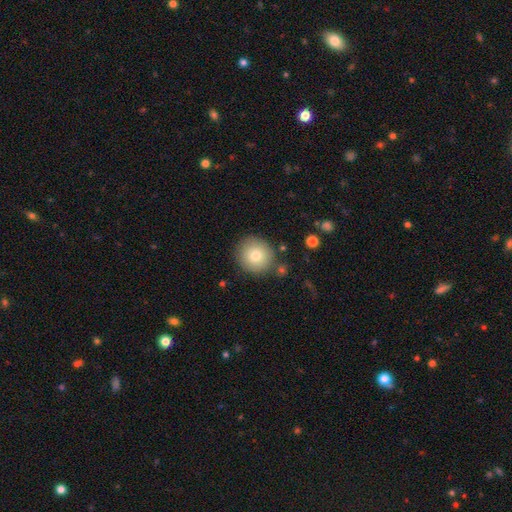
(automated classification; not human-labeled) A smooth galaxy with no disk features (79%) that is round (92%). Merging: none (84%).